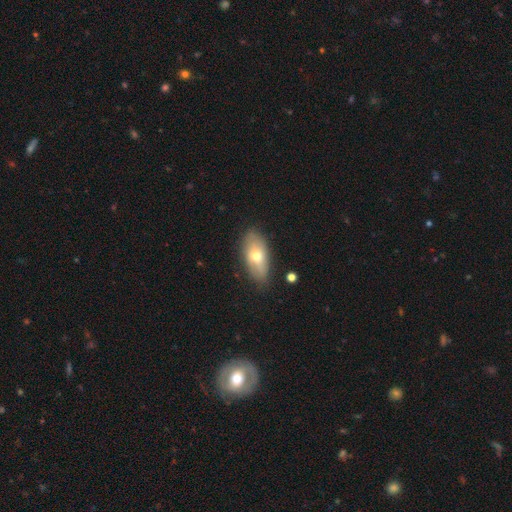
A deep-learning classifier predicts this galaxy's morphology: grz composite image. It shows a smooth galaxy with no disk features (62%) that is in between round and cigar-shaped (87%). Merging: none (81%).